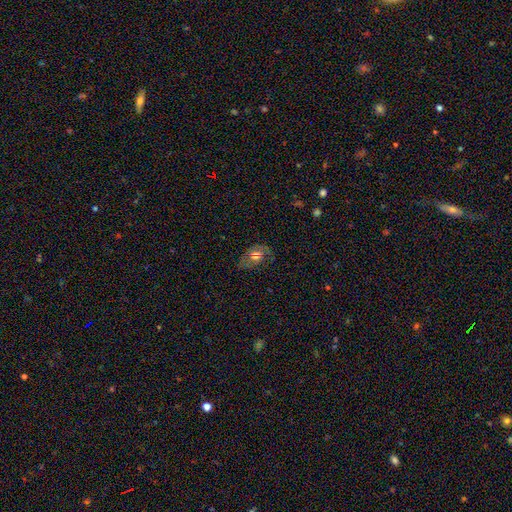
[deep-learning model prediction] Smooth or featured? Predicted: smooth (p=0.50). Merging? Predicted: none (p=0.60).